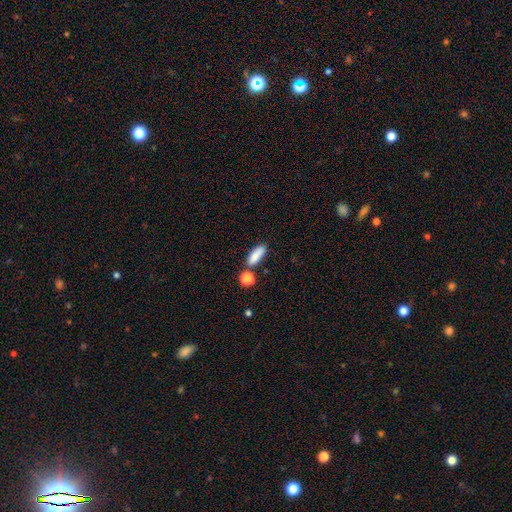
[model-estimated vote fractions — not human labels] Q: Smooth or featured?
A: smooth (86%); runner-up: star or artifact (8%)
Q: How rounded?
A: in between (61%); runner-up: cigar-shaped (35%)
Q: Merging?
A: none (69%); runner-up: minor disturbance (14%)